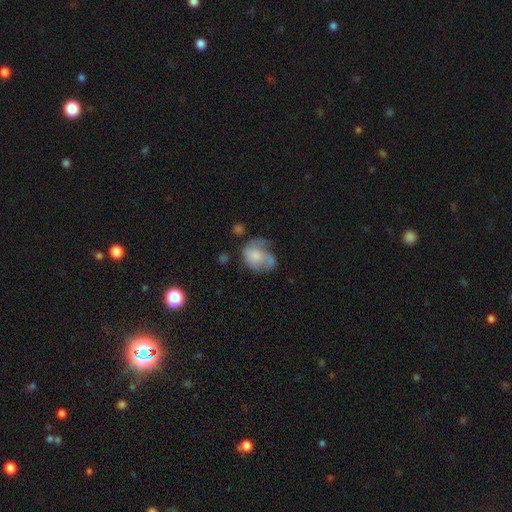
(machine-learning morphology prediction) This is possibly a smooth galaxy (57%). How rounded: possibly in between (53%). Merging: marginally major disturbance (32%).